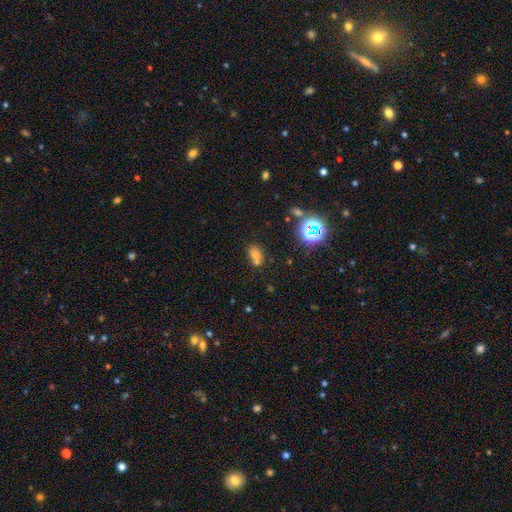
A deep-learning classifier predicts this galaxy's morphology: Q: Smooth or featured?
A: smooth (65%); runner-up: star or artifact (23%)
Q: How rounded?
A: in between (71%); runner-up: round (27%)
Q: Merging?
A: none (46%); runner-up: merger (34%)